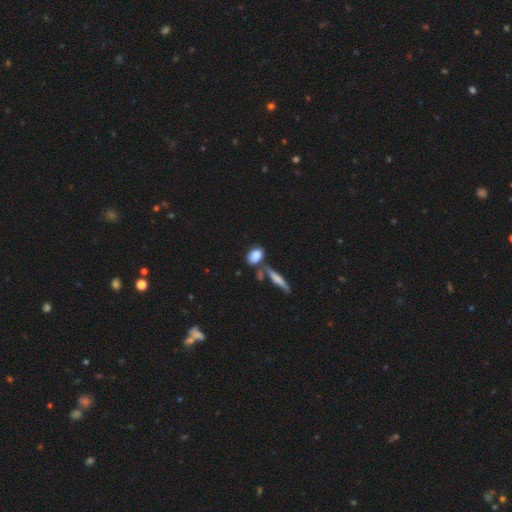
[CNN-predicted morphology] This is clearly a smooth galaxy (82%). How rounded: likely in between (75%). Merging: possibly none (55%).